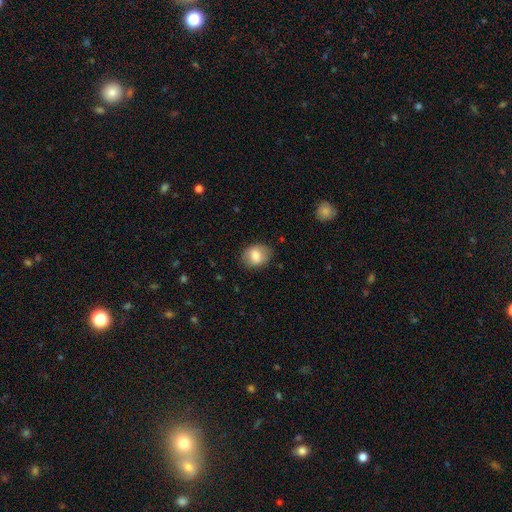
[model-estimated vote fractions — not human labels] Morphology: type=smooth (80%); roundness=in between (61%); merging=none (80%).